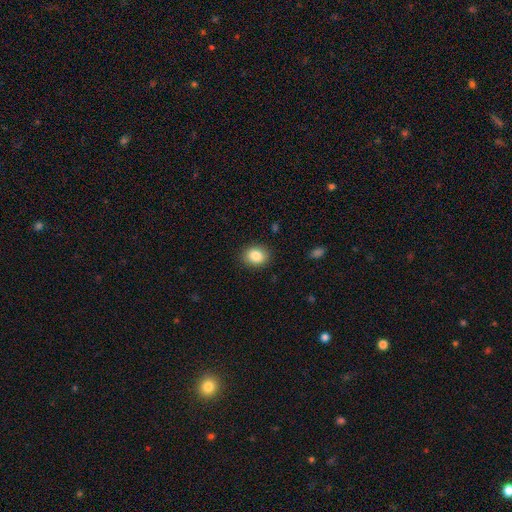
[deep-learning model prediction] The model was most divided on "how rounded": round: 51%, in between: 48%, cigar-shaped: 1%. More confident: merging — none (88%); smooth or featured — smooth (85%).